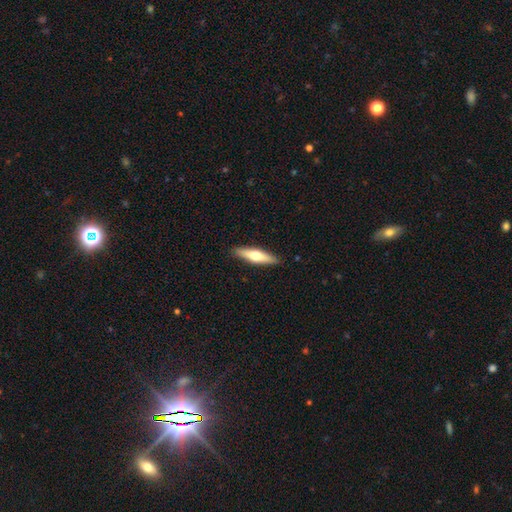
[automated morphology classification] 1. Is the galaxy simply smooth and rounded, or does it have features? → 53% smooth, 41% featured or disk, 5% star or artifact.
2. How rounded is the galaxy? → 74% cigar-shaped, 25% in between, 2% round.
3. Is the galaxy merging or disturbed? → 89% none, 8% minor disturbance, 2% major disturbance, 1% merger.